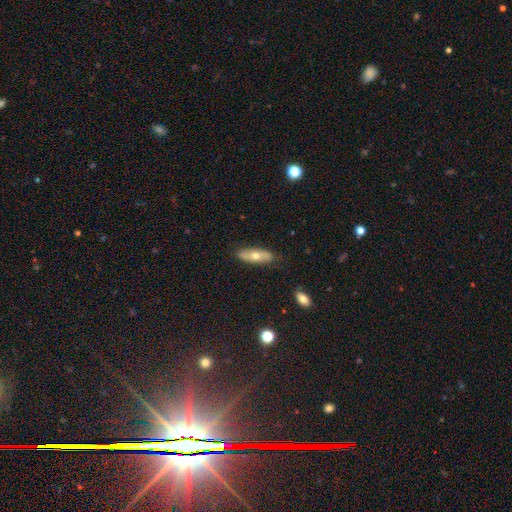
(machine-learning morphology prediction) This is possibly a smooth galaxy (54%). How rounded: possibly cigar-shaped (48%, tied with in between). Merging: clearly none (83%).